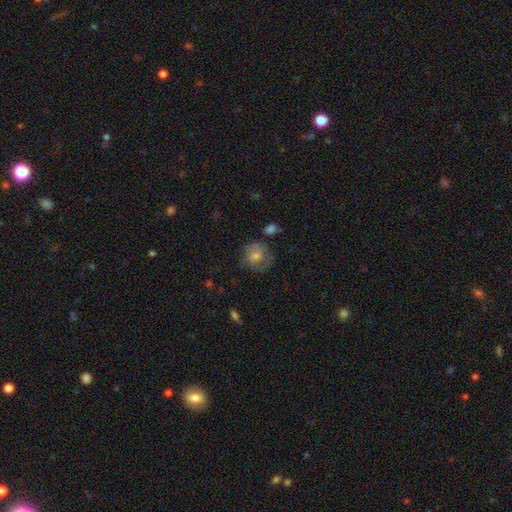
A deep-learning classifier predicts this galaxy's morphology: featured or disk 51%, smooth 37%, star or artifact 12%. Down the decision tree: edge-on disk — no (97%); merging — none (69%).